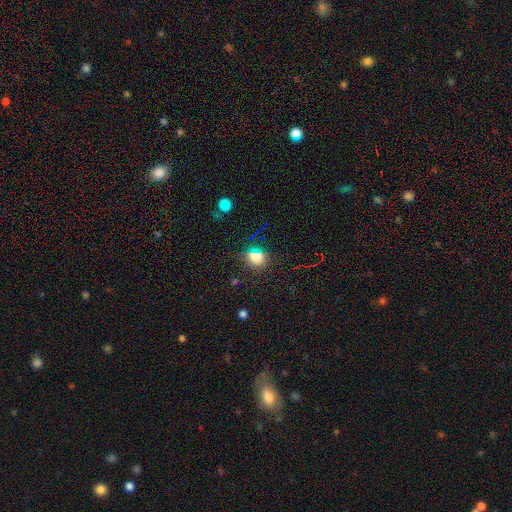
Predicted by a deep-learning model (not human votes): Smooth or featured? smooth (70%)
How rounded? round (68%)
Merging? none (82%)